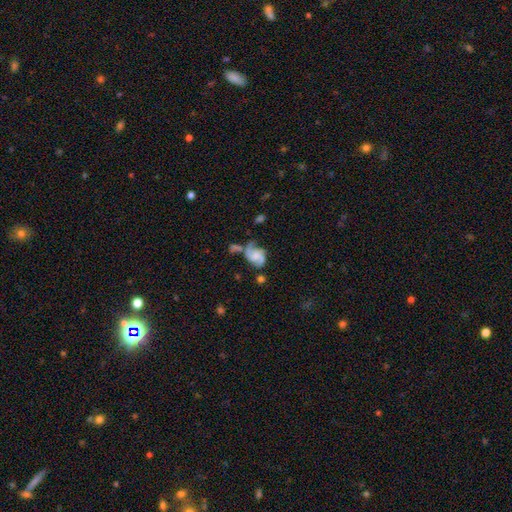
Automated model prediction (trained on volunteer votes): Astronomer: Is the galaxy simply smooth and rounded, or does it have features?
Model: featured or disk — 76%.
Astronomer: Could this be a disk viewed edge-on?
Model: no — 98%.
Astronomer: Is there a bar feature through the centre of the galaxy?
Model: no — 59%.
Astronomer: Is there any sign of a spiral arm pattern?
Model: yes — 93%.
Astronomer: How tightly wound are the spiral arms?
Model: medium — 47% (runner-up: loose, 35%).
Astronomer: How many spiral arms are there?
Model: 2 — 81%.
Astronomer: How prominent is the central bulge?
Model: small — 39% (runner-up: moderate, 28%).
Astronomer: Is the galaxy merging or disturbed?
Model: none — 35% (runner-up: minor disturbance, 22%).